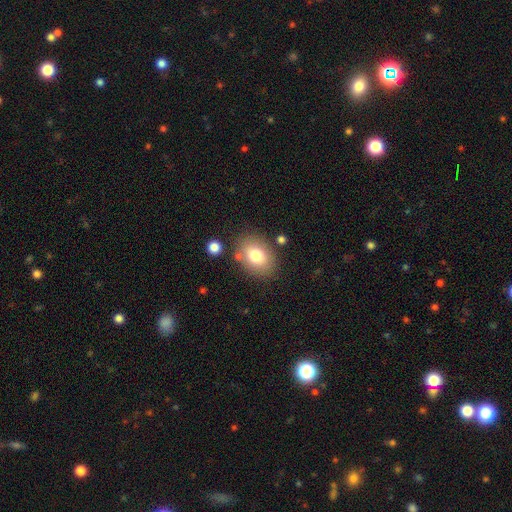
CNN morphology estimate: Smooth or featured? smooth (77%)
How rounded? in between (72%)
Merging? none (79%)